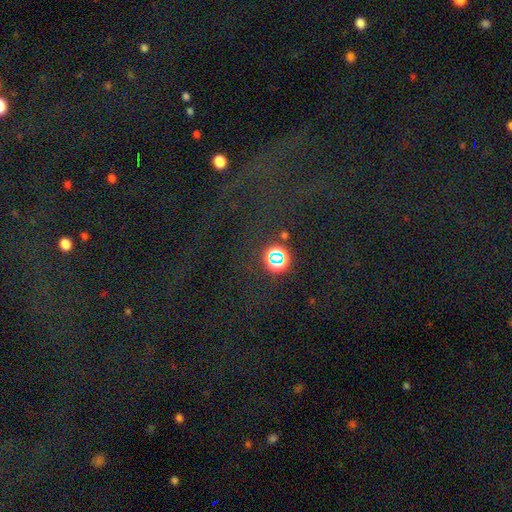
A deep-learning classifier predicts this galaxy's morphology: Q: Smooth or featured?
A: star or artifact (76%); runner-up: smooth (16%)